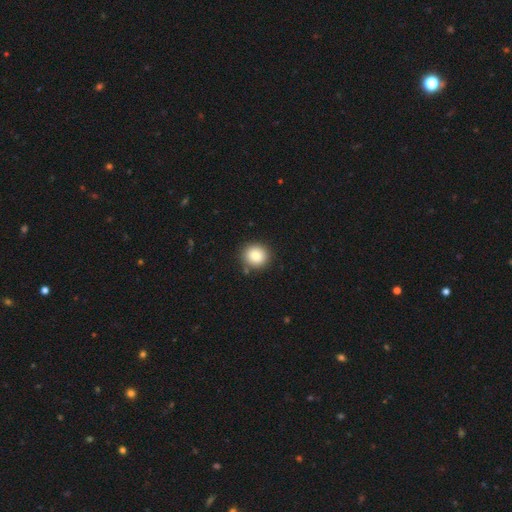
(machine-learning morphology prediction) A smooth galaxy with no disk features (85%) that is round (88%). Merging: none (87%).